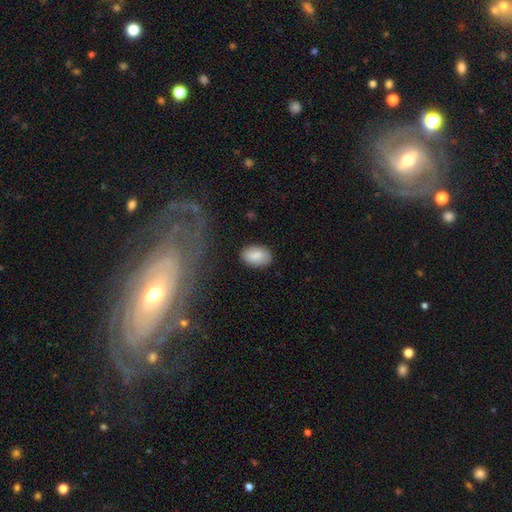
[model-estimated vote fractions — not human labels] Smooth or featured? Predicted: smooth (p=0.83). How rounded? Predicted: in between (p=0.90). Merging? Predicted: none (p=0.82).